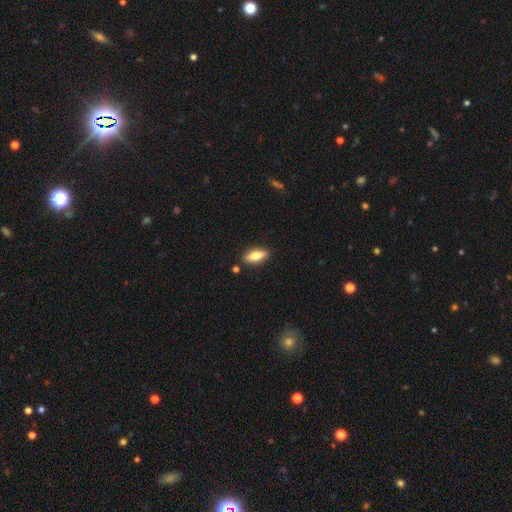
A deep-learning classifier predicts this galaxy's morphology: Smooth or featured? smooth (67%)
How rounded? in between (68%)
Merging? none (86%)